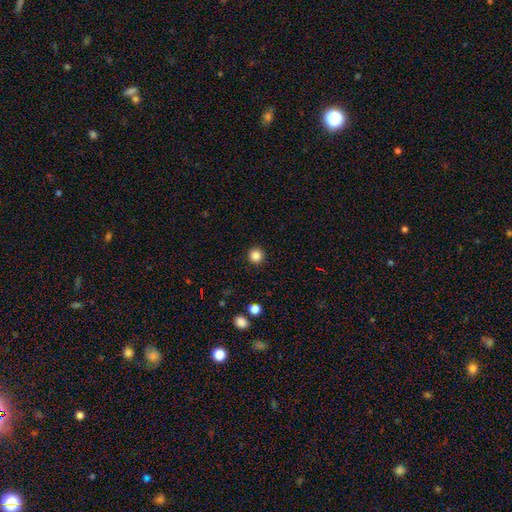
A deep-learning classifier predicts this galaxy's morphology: smooth-or-featured: smooth: 85% | star or artifact: 11% | featured or disk: 3%
  how-rounded: round: 95% | in between: 4% | cigar-shaped: 1%
  merging: none: 93% | minor disturbance: 4% | major disturbance: 2% | merger: 1%